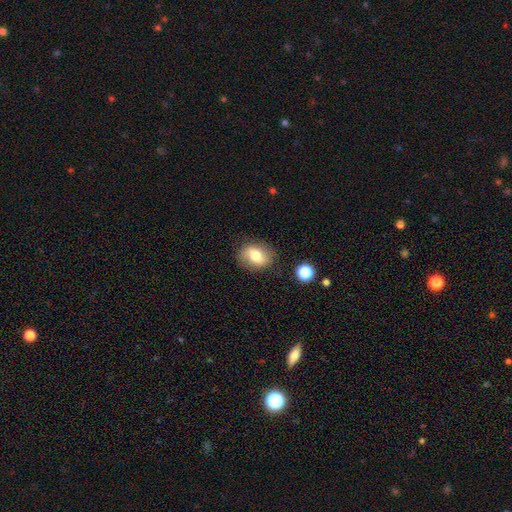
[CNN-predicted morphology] This appears to be a smooth galaxy with no disk features (70%) that is in between round and cigar-shaped (64%). Merging: none (82%).